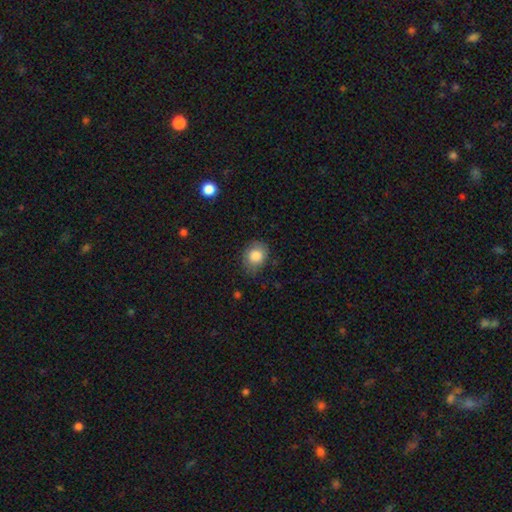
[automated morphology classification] The model was most divided on "how rounded": round: 57%, in between: 42%, cigar-shaped: 1%. More confident: smooth or featured — smooth (84%); merging — none (73%).